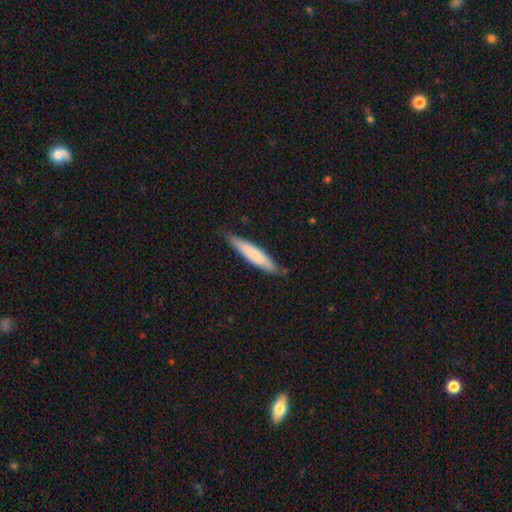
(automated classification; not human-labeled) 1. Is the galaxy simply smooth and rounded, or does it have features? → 73% smooth, 22% featured or disk, 5% star or artifact.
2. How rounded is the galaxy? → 86% cigar-shaped, 13% in between, 1% round.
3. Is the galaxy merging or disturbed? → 81% none, 15% minor disturbance, 2% major disturbance, 1% merger.